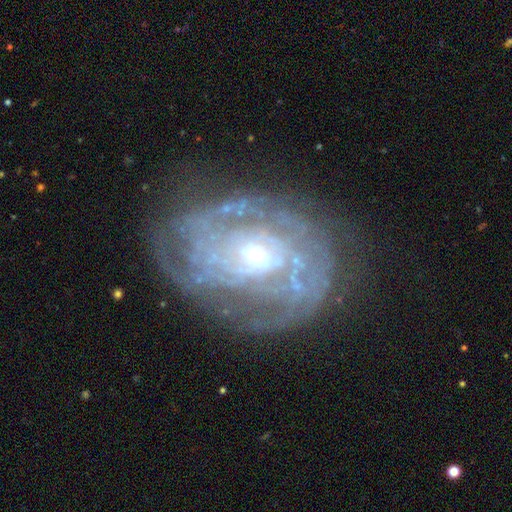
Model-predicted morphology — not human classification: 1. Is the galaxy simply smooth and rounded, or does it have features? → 85% featured or disk, 8% smooth, 7% star or artifact.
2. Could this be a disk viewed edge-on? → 97% no, 3% yes.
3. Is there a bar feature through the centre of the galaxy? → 69% no, 25% weak, 7% strong.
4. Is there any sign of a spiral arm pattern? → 90% yes, 10% no.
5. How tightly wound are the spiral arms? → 73% tight, 22% medium, 6% loose.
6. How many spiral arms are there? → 46% can't tell, 15% 2, 12% 3, 12% 4, 9% more than 4, 6% 1.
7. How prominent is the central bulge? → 68% small, 26% moderate, 3% large, 2% none, 1% dominant.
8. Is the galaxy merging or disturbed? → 70% none, 18% minor disturbance, 10% major disturbance, 2% merger.